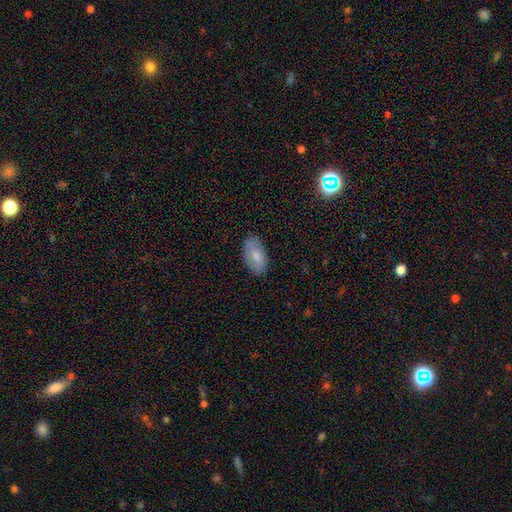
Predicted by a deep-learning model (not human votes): smooth-or-featured: smooth: 76% | featured or disk: 17% | star or artifact: 7%
  how-rounded: in between: 94% | round: 3% | cigar-shaped: 3%
  merging: none: 84% | minor disturbance: 12% | major disturbance: 2% | merger: 1%